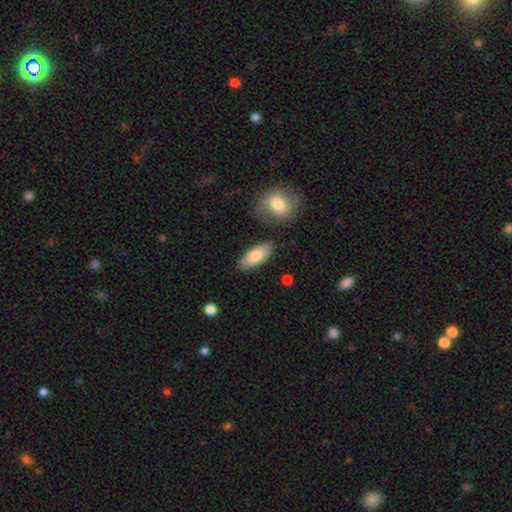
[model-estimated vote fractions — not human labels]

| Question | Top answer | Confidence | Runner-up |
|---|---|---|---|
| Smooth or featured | smooth | 78% | featured or disk (16%) |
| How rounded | in between | 83% | cigar-shaped (14%) |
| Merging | none | 82% | minor disturbance (11%) |